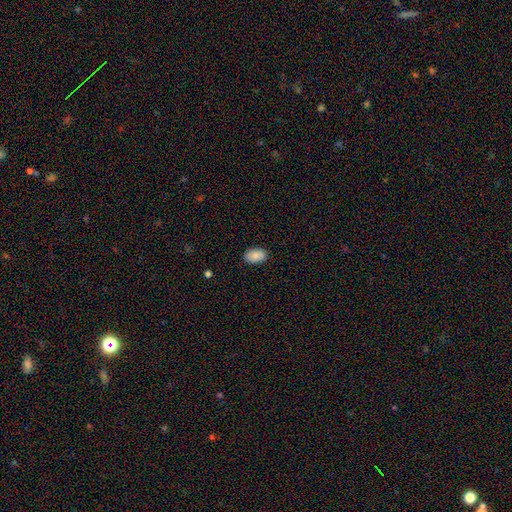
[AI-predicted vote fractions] A smooth galaxy with no disk features (88%) that is in between round and cigar-shaped (93%). Merging: none (87%).